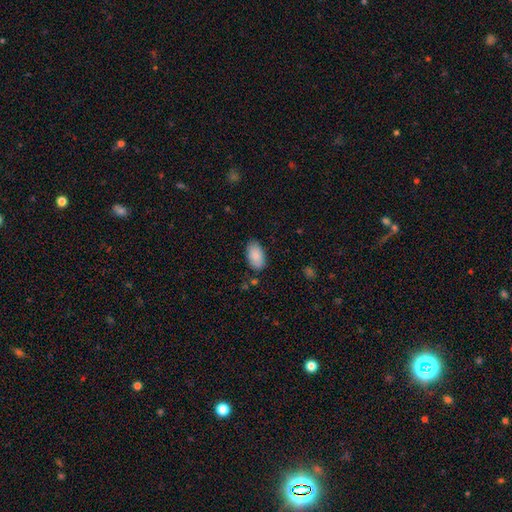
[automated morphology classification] smooth 89%, star or artifact 6%, featured or disk 5%. Down the decision tree: how rounded — in between (95%); merging — none (84%).